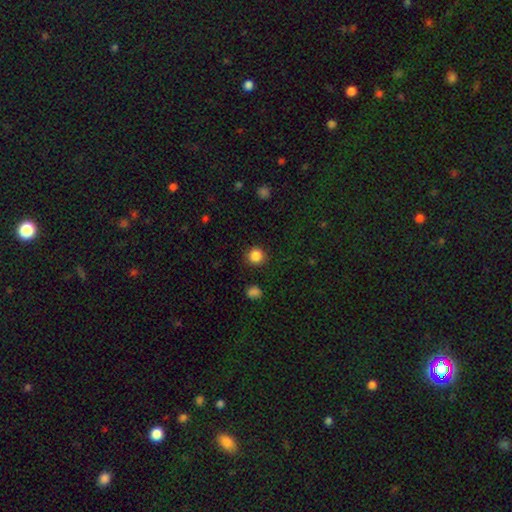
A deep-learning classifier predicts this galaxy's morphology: A smooth galaxy with no disk features (86%) that is round (93%).

Vote fractions:
- Smooth or featured? smooth: 86% / star or artifact: 11% / featured or disk: 3%
- How rounded? round: 93% / in between: 6% / cigar-shaped: 1%
- Merging? none: 90% / minor disturbance: 6% / major disturbance: 2% / merger: 1%